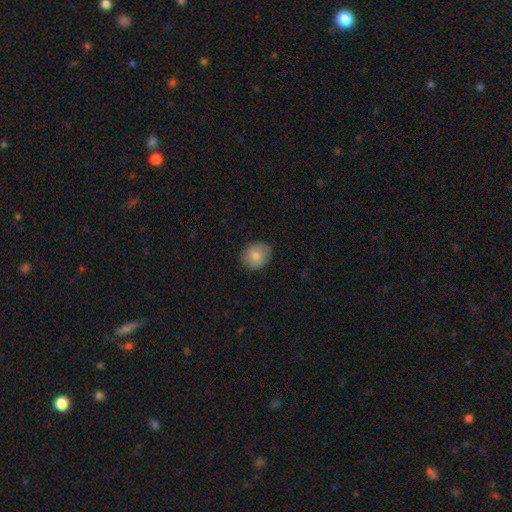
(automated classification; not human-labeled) Smooth or featured?
  - smooth: 75% *
  - featured or disk: 17%
  - star or artifact: 8%
How rounded?
  - round: 70% *
  - in between: 29%
  - cigar-shaped: 1%
Merging?
  - none: 83% *
  - minor disturbance: 13%
  - major disturbance: 3%
  - merger: 1%